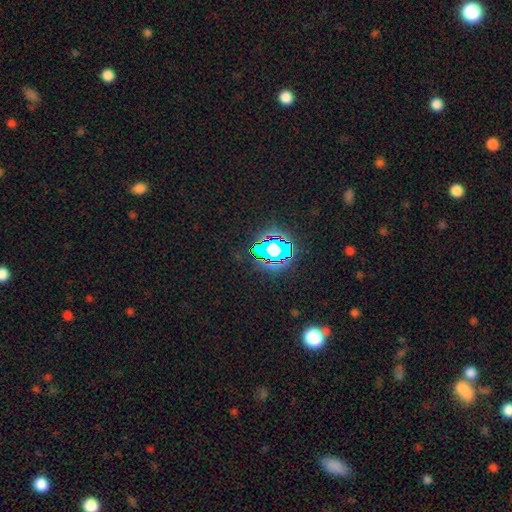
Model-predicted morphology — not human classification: smooth_or_featured: star or artifact (p=0.79) [alt: smooth p=0.13]